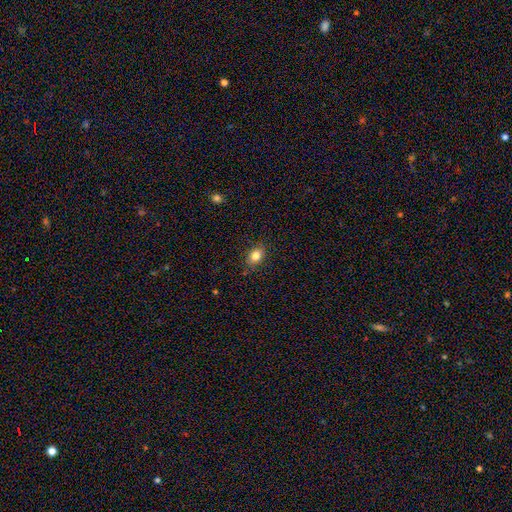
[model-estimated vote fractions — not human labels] Smooth or featured?
  - smooth: 82% *
  - star or artifact: 10%
  - featured or disk: 8%
How rounded?
  - in between: 72% *
  - round: 26%
  - cigar-shaped: 2%
Merging?
  - none: 84% *
  - minor disturbance: 12%
  - major disturbance: 3%
  - merger: 1%